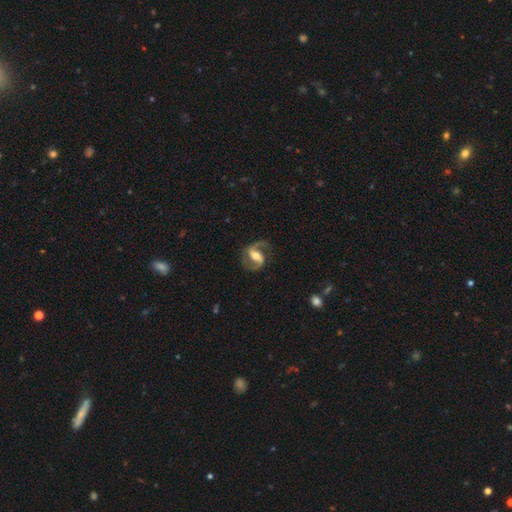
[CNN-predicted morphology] Smooth or featured? featured or disk (88%)
Edge-on disk? no (97%)
Bar? strong (46%)
Spiral arms? yes (96%)
Spiral winding? medium (55%)
Spiral arm count? 2 (92%)
Bulge size? moderate (64%)
Merging? none (78%)